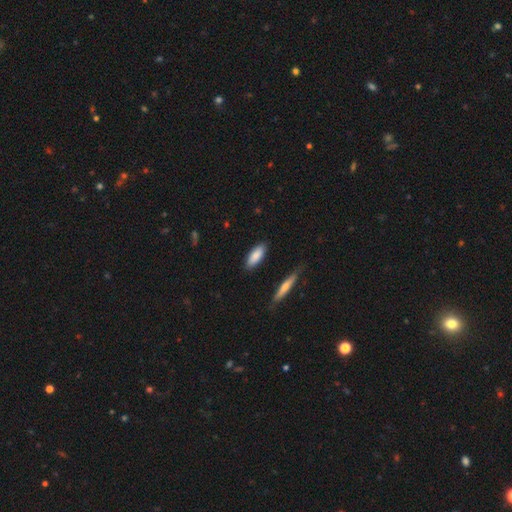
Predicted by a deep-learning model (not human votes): Overall: smooth (86%). How rounded: in between (66%; cigar-shaped 32%). Merging: none (85%).